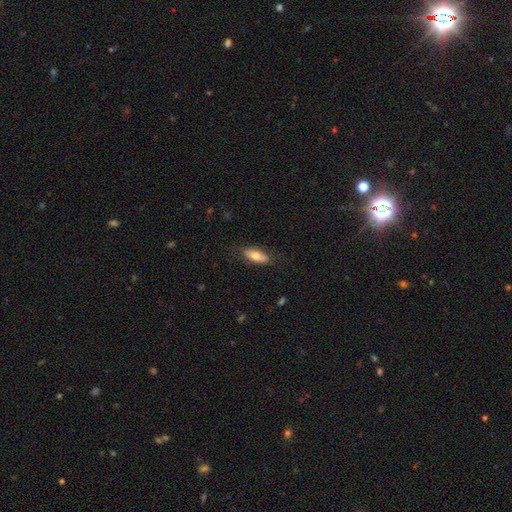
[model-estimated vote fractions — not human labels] Smooth or featured? Predicted: smooth (p=0.65). How rounded? Predicted: in between (p=0.73). Merging? Predicted: none (p=0.78).